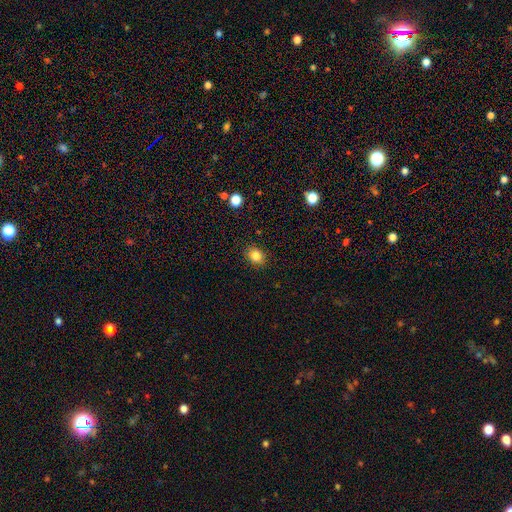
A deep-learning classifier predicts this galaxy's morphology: Smooth or featured: smooth — 84% (star or artifact — 11%)
How rounded: round — 55% (in between — 44%)
Merging: none — 88% (minor disturbance — 9%)